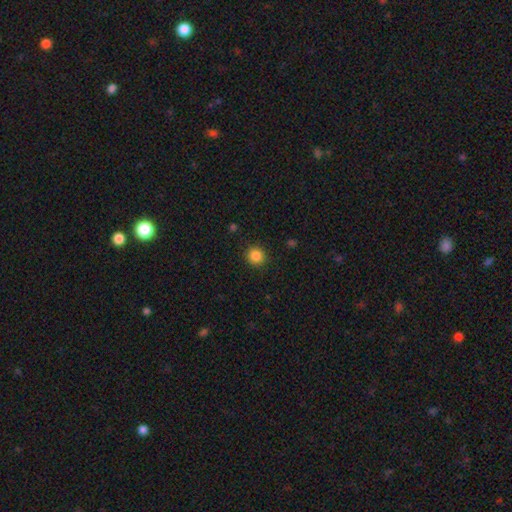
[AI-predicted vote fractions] smooth 86%, star or artifact 11%, featured or disk 3%. Down the decision tree: how rounded — round (93%); merging — none (91%).